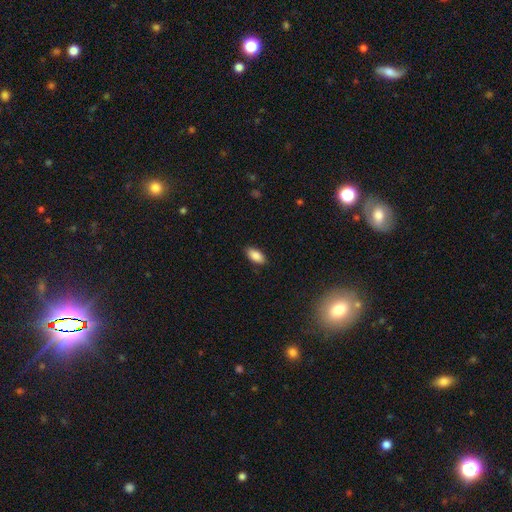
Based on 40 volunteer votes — Morphology: type=smooth (88%); roundness=in between (94%); merging=none (92%).